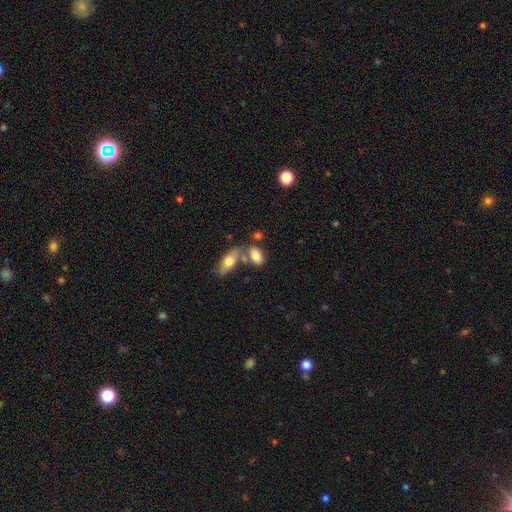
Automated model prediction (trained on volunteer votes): Smooth or featured? smooth (80%)
How rounded? in between (89%)
Merging? none (48%)